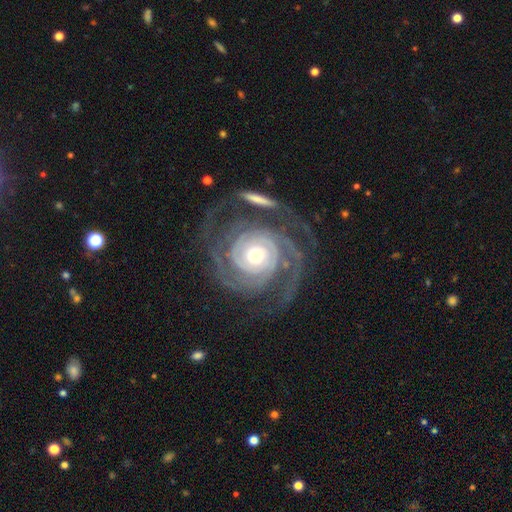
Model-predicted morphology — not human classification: The model was most divided on "spiral arm count": 2: 35%, 3: 27%, can't tell: 14%, 4: 12%, more than 4: 7%, 1: 6%. More confident: spiral arms — yes (98%); edge-on disk — no (97%); smooth or featured — featured or disk (93%); spiral winding — tight (79%); bar — no (74%); merging — none (62%); bulge size — moderate (58%).